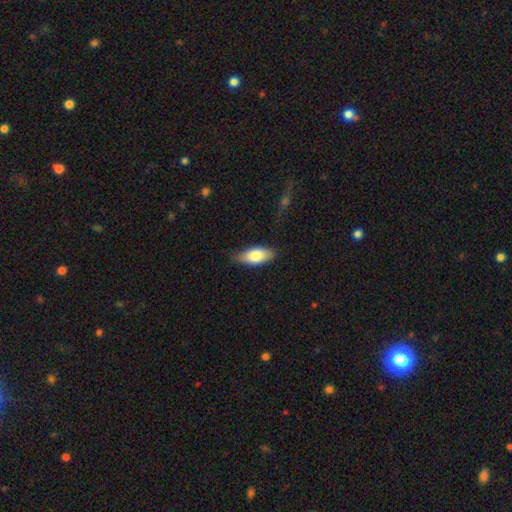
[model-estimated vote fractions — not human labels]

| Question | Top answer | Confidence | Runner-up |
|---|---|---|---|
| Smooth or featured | smooth | 79% | featured or disk (15%) |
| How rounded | in between | 87% | cigar-shaped (10%) |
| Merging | none | 75% | minor disturbance (20%) |